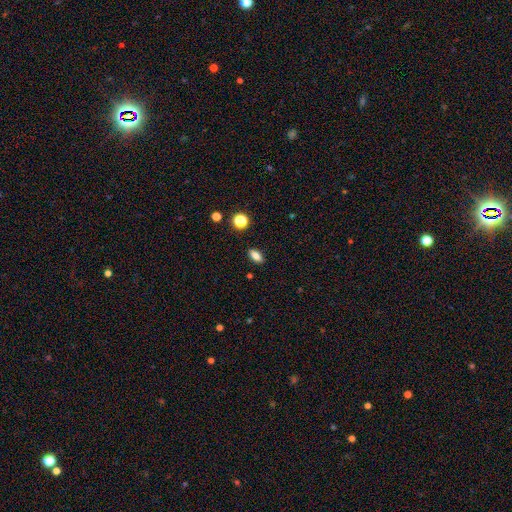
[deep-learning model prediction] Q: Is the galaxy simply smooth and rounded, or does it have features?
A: smooth — 80%.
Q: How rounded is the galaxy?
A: in between — 82%.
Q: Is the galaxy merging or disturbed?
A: none — 88%.